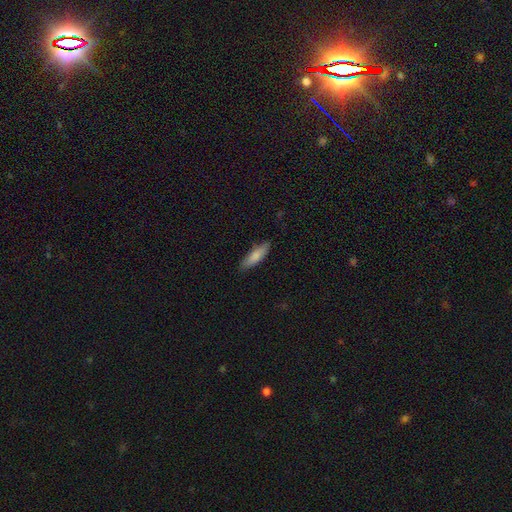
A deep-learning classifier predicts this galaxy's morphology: Smooth or featured? Predicted: smooth (p=0.81). How rounded? Predicted: cigar-shaped (p=0.61). Merging? Predicted: none (p=0.83).